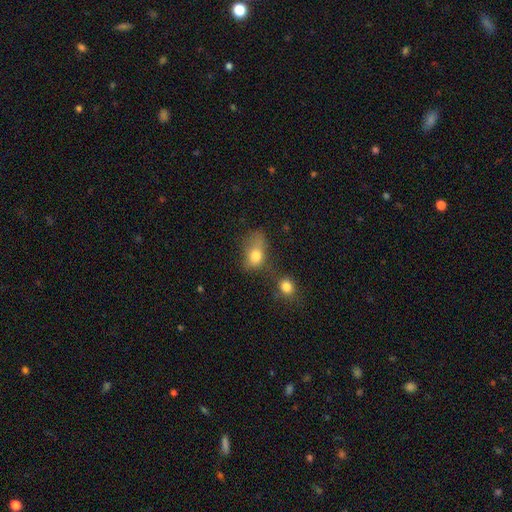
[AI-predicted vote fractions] smooth 74%, featured or disk 14%, star or artifact 11%. Down the decision tree: how rounded — in between (69%); merging — none (27%).